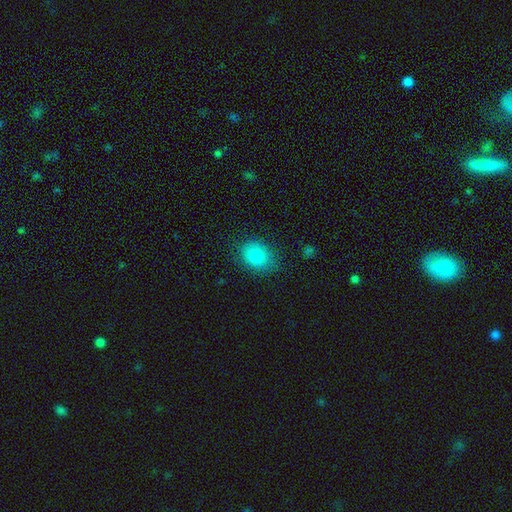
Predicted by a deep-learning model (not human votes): Smooth or featured? Predicted: smooth (p=0.85). How rounded? Predicted: in between (p=0.59). Merging? Predicted: none (p=0.78).